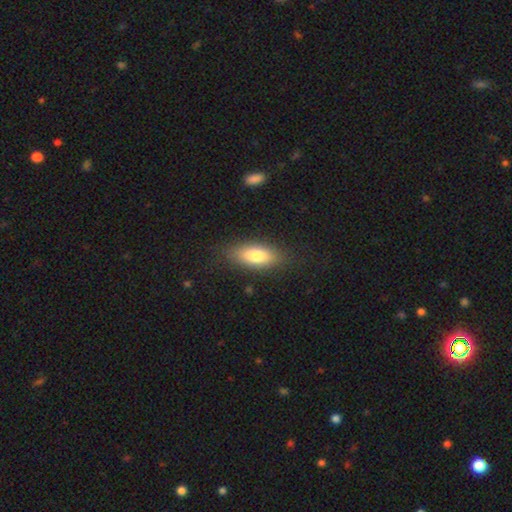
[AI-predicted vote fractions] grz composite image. It shows a smooth galaxy with no disk features (78%) that is in between round and cigar-shaped (81%). Merging: none (83%).